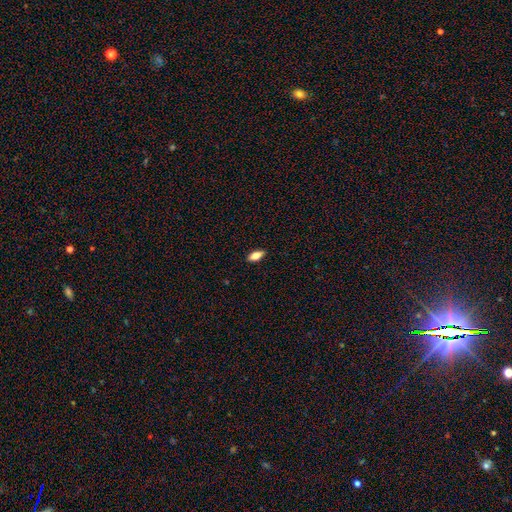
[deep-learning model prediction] Smooth or featured? smooth (75%)
How rounded? in between (82%)
Merging? none (89%)